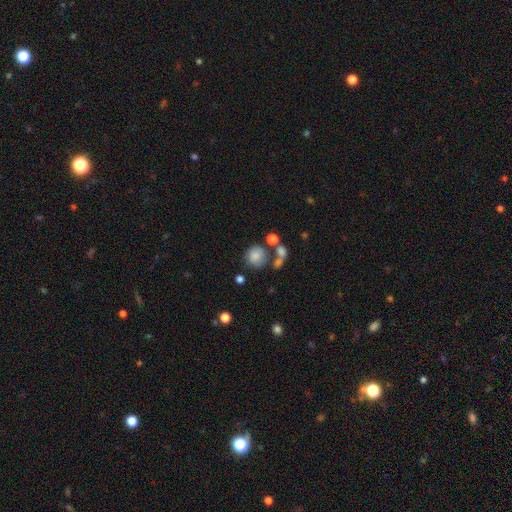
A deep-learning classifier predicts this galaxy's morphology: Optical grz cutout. It shows a smooth galaxy with no disk features (80%) that is round (86%). Merging: none (56%).